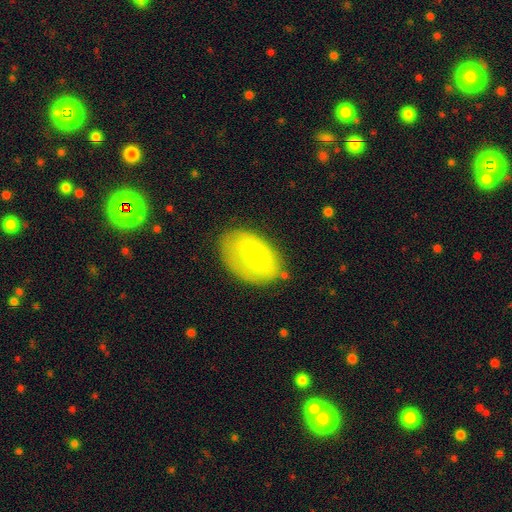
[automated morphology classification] The model was most divided on "smooth or featured": smooth: 49%, featured or disk: 42%, star or artifact: 8%. More confident: merging — none (78%).